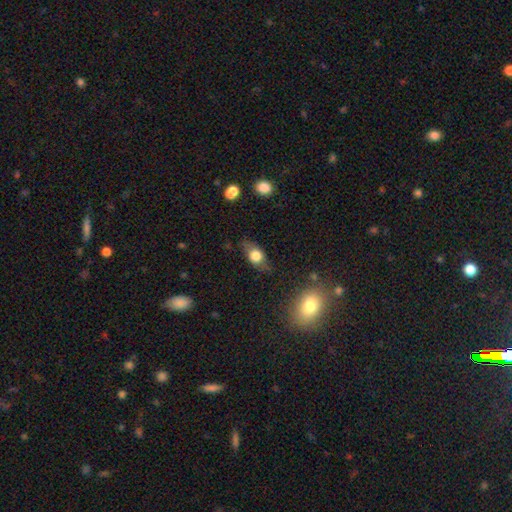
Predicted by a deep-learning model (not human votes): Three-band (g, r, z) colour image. It shows a smooth galaxy with no disk features (64%) that is in between round and cigar-shaped (68%). Merging: none (72%).